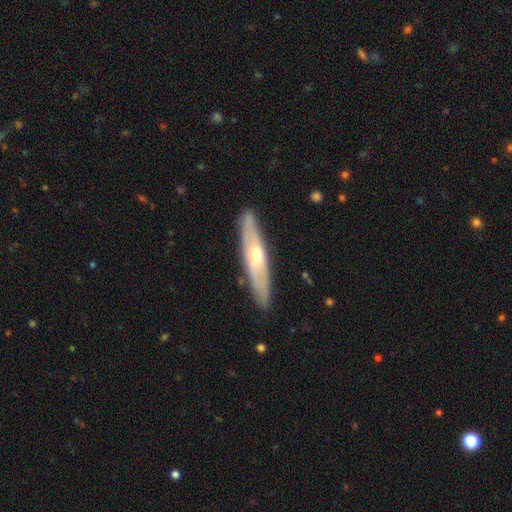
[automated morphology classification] featured or disk 60%, smooth 34%, star or artifact 6%. Down the decision tree: edge-on disk — yes (70%); merging — none (87%).